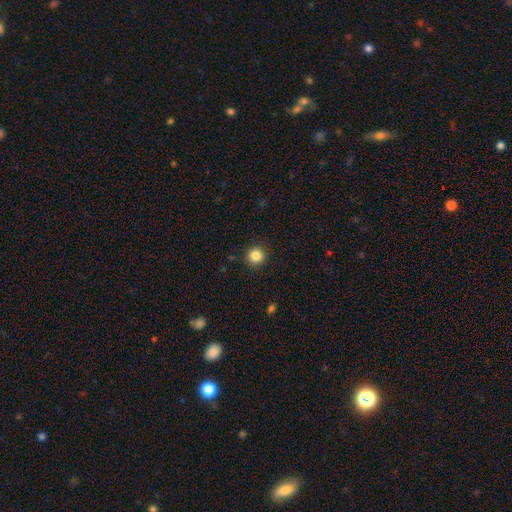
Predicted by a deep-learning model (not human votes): A smooth galaxy with no disk features (85%) that is round (94%).

Vote fractions:
- Smooth or featured? smooth: 85% / star or artifact: 11% / featured or disk: 4%
- How rounded? round: 94% / in between: 5% / cigar-shaped: 1%
- Merging? none: 91% / minor disturbance: 5% / major disturbance: 2% / merger: 1%